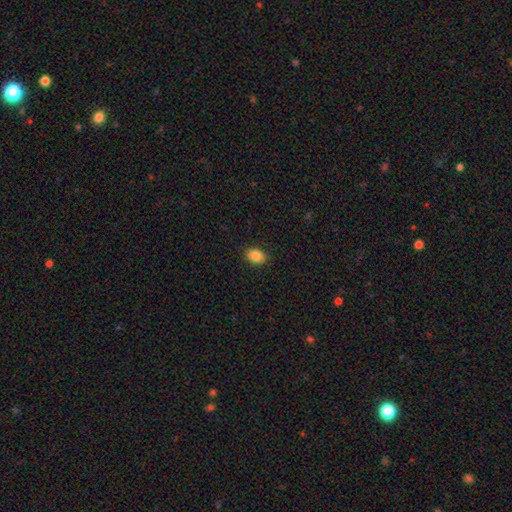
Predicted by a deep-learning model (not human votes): Overall: smooth (87%). How rounded: in between (73%). Merging: none (89%).